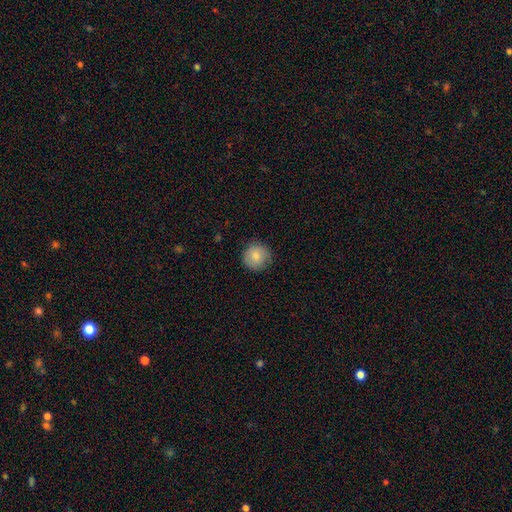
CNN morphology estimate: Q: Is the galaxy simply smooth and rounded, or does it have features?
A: smooth — 85%.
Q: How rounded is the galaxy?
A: round — 94%.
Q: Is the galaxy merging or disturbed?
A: none — 87%.